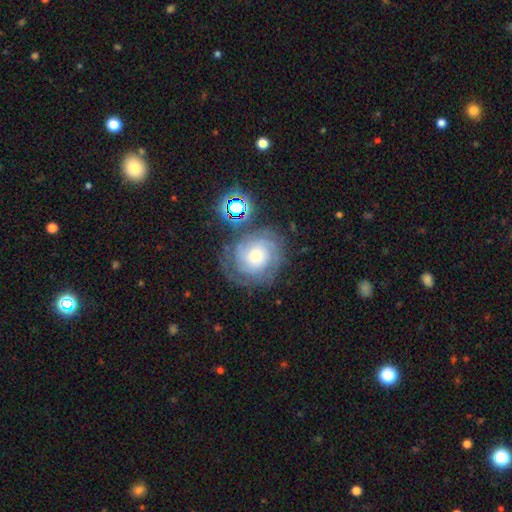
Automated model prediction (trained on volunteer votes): Q: Smooth or featured?
A: featured or disk (69%); runner-up: smooth (20%)
Q: Edge-on disk?
A: no (97%); runner-up: yes (3%)
Q: Bar?
A: no (80%); runner-up: weak (16%)
Q: Spiral arms?
A: yes (91%); runner-up: no (9%)
Q: Spiral winding?
A: tight (71%); runner-up: medium (23%)
Q: Spiral arm count?
A: can't tell (43%); runner-up: 3 (18%)
Q: Bulge size?
A: moderate (41%); runner-up: small (38%)
Q: Merging?
A: none (71%); runner-up: minor disturbance (16%)